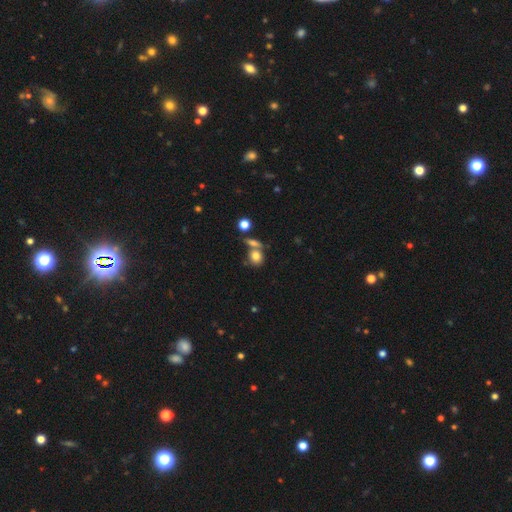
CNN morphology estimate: smooth-or-featured: smooth: 78% | star or artifact: 11% | featured or disk: 10%
  how-rounded: round: 66% | in between: 32% | cigar-shaped: 3%
  merging: none: 51% | merger: 32% | minor disturbance: 11% | major disturbance: 5%